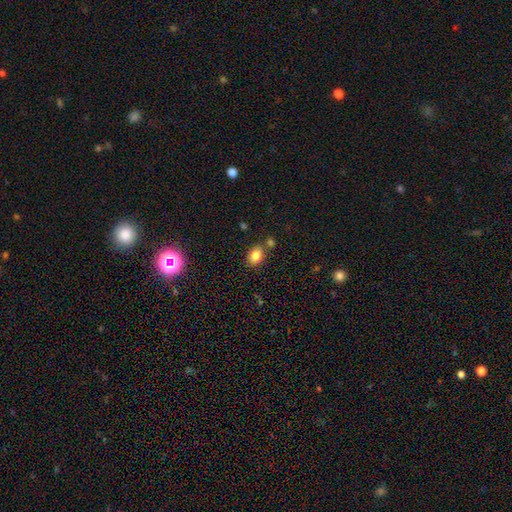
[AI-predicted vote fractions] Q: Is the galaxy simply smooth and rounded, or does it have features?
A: smooth — 83%.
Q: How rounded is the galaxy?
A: in between — 71%.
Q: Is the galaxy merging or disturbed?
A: none — 71%.